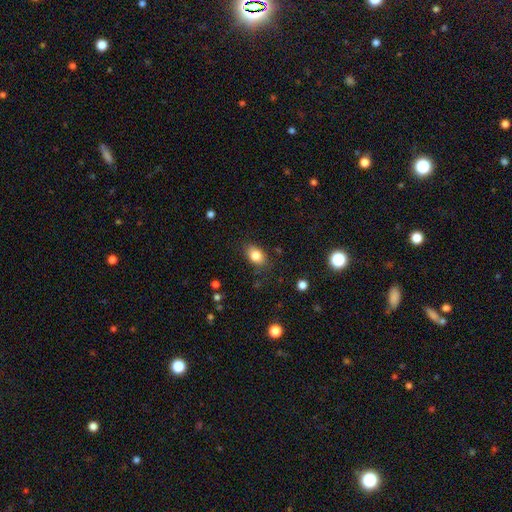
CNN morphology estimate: smooth-or-featured: smooth: 82% | star or artifact: 9% | featured or disk: 8%
  how-rounded: in between: 78% | round: 21% | cigar-shaped: 1%
  merging: none: 81% | minor disturbance: 14% | major disturbance: 4% | merger: 1%